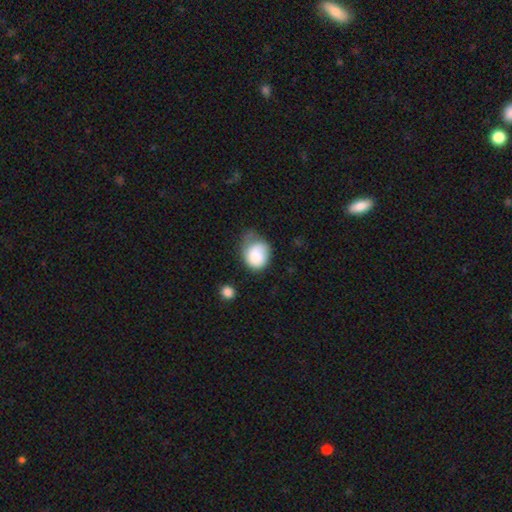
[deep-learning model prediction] Overall: smooth (77%). How rounded: round (54%; in between 46%). Merging: minor disturbance (41%; none 28%).